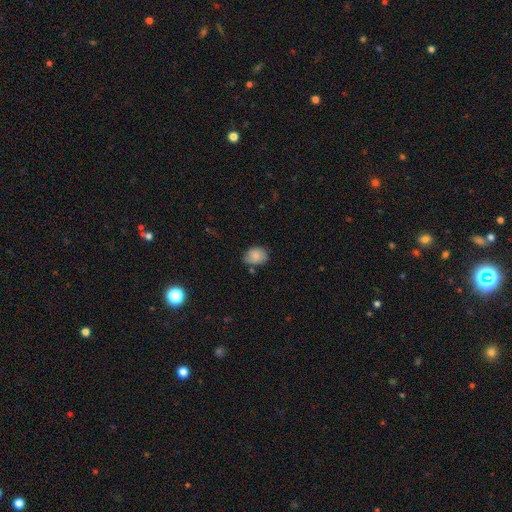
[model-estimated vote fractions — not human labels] smooth_or_featured: smooth (p=0.81) [alt: featured or disk p=0.10]
how_rounded: in between (p=0.63) [alt: round p=0.36]
merging: none (p=0.68) [alt: minor disturbance p=0.24]